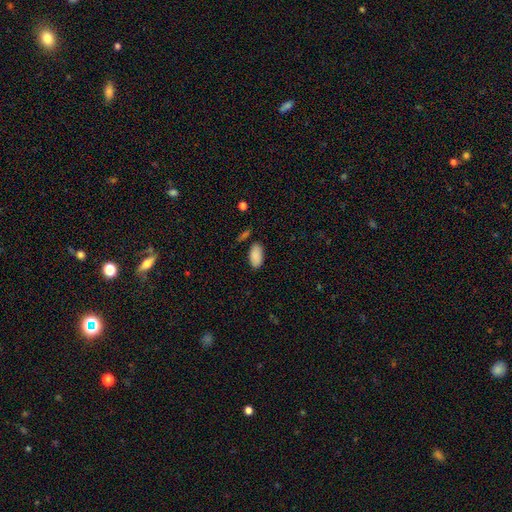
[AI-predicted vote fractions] This is clearly a smooth galaxy (89%). How rounded: clearly in between (94%). Merging: likely none (80%).